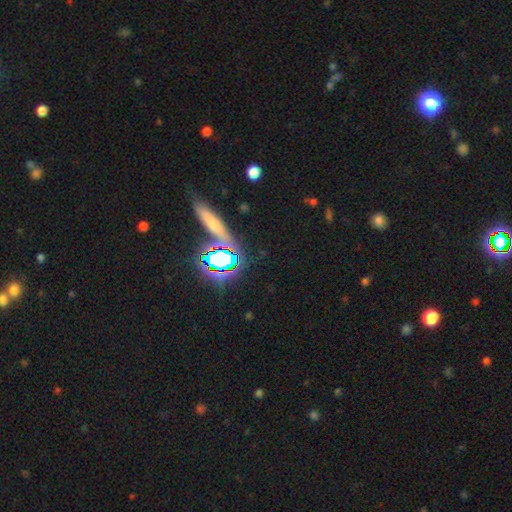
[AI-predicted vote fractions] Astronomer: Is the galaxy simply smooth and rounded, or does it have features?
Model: star or artifact — 63%.